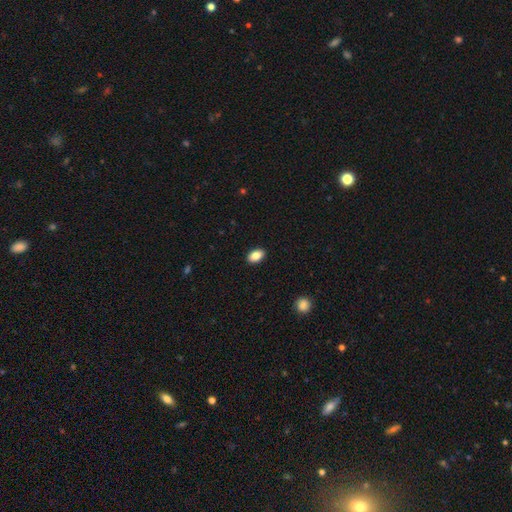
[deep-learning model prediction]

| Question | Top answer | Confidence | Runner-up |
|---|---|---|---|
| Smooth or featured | smooth | 85% | star or artifact (8%) |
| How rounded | in between | 88% | round (10%) |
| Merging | none | 90% | minor disturbance (7%) |